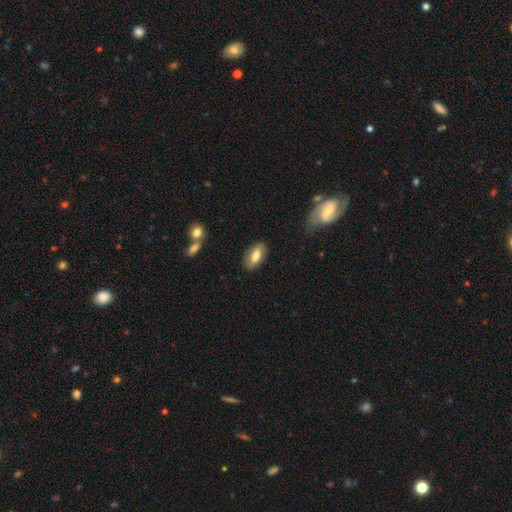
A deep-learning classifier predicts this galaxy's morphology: Smooth or featured? Predicted: smooth (p=0.74). How rounded? Predicted: in between (p=0.89). Merging? Predicted: none (p=0.82).